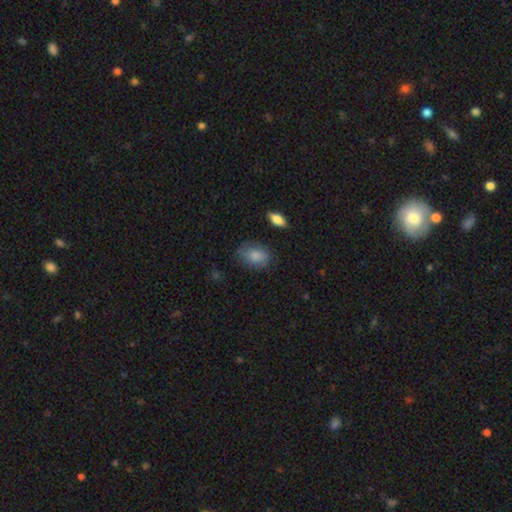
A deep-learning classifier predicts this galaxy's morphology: Smooth or featured: smooth — 85% (featured or disk — 8%)
How rounded: in between — 80% (round — 19%)
Merging: none — 73% (minor disturbance — 20%)